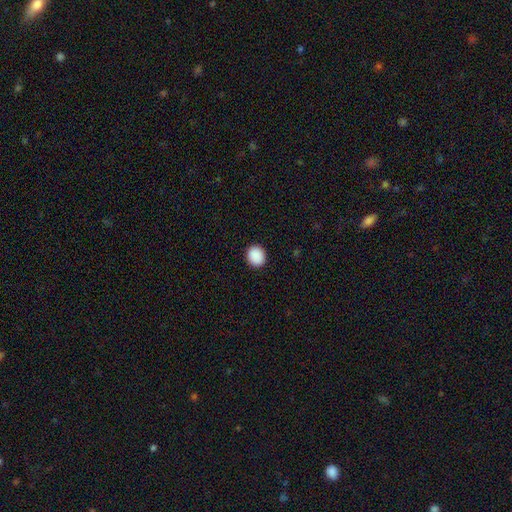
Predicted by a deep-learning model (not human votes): A smooth galaxy with no disk features (90%) that is round (76%).

Vote fractions:
- Smooth or featured? smooth: 90% / star or artifact: 8% / featured or disk: 2%
- How rounded? round: 76% / in between: 23% / cigar-shaped: 1%
- Merging? none: 92% / minor disturbance: 6% / major disturbance: 2% / merger: 1%